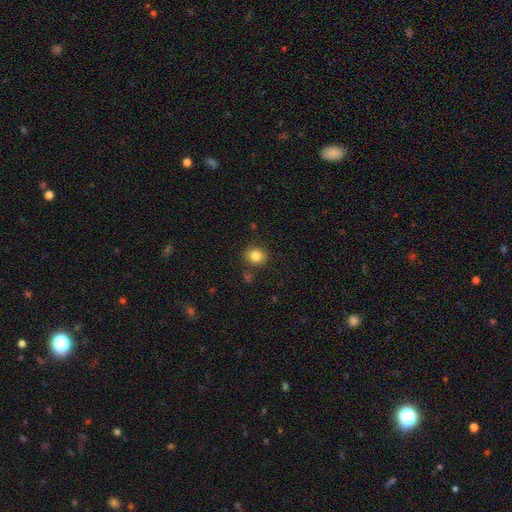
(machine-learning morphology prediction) smooth-or-featured: smooth: 83% | star or artifact: 10% | featured or disk: 7%
  how-rounded: round: 73% | in between: 26% | cigar-shaped: 1%
  merging: none: 85% | minor disturbance: 9% | merger: 4% | major disturbance: 3%